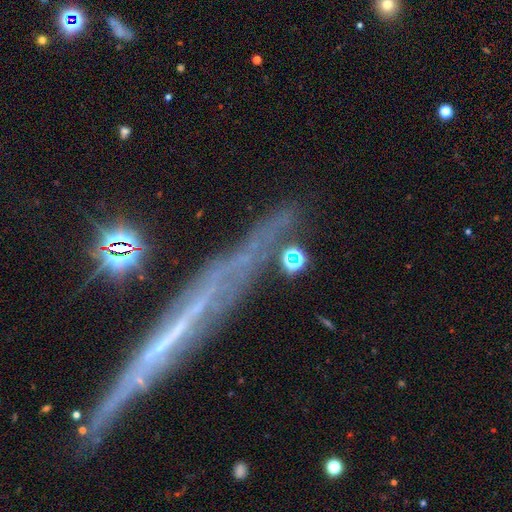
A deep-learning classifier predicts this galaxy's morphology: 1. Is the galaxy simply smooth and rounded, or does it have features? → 68% featured or disk, 19% smooth, 13% star or artifact.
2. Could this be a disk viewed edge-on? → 84% yes, 16% no.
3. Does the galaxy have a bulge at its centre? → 84% none, 9% rounded, 7% boxy.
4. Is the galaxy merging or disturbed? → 73% none, 17% minor disturbance, 6% major disturbance, 4% merger.